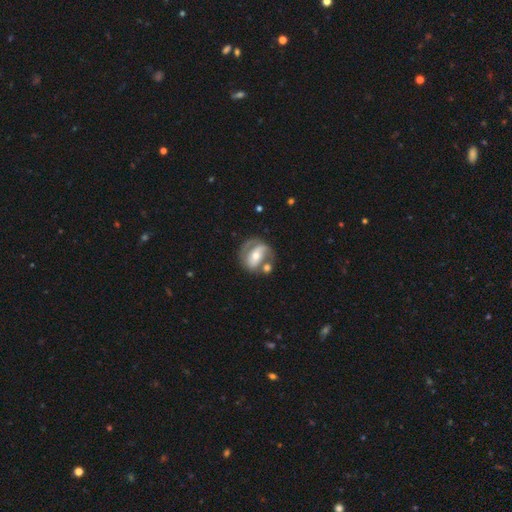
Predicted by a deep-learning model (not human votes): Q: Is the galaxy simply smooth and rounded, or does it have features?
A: featured or disk — 70%.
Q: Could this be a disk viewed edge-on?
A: no — 95%.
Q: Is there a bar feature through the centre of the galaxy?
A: strong — 39%.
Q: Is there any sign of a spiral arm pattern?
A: yes — 72%.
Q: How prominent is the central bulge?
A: moderate — 60%.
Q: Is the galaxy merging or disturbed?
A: none — 47%.